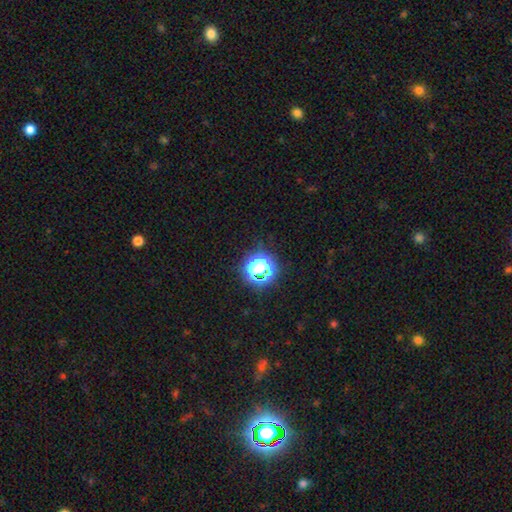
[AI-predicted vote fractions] smooth_or_featured: star or artifact (p=0.75) [alt: smooth p=0.18]